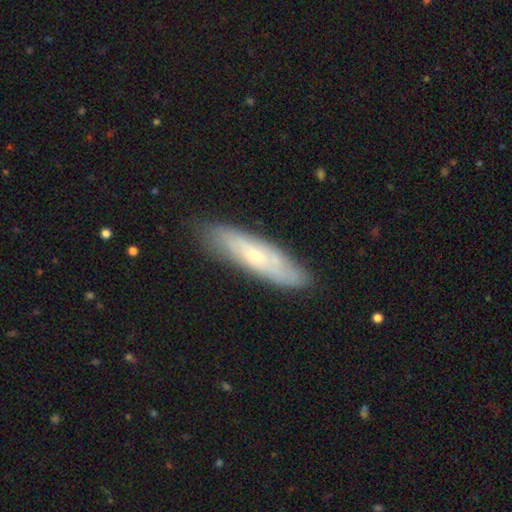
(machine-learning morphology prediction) smooth_or_featured: featured or disk (p=0.55) [alt: smooth p=0.38]
disk_edge_on: no (p=0.60) [alt: yes p=0.40]
merging: none (p=0.81) [alt: minor disturbance p=0.14]